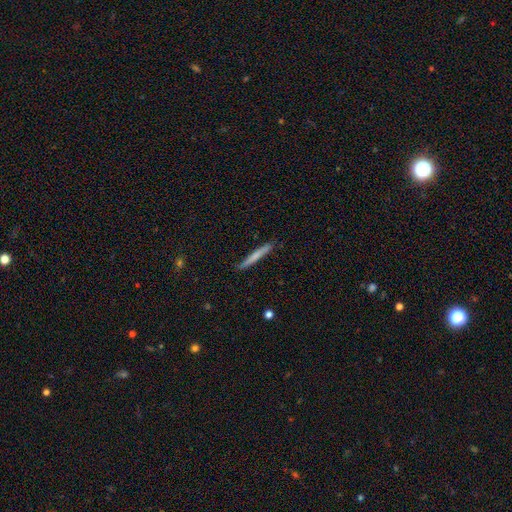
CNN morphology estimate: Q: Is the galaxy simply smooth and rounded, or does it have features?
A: smooth — 66%.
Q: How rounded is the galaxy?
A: cigar-shaped — 96%.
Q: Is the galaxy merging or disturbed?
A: none — 84%.